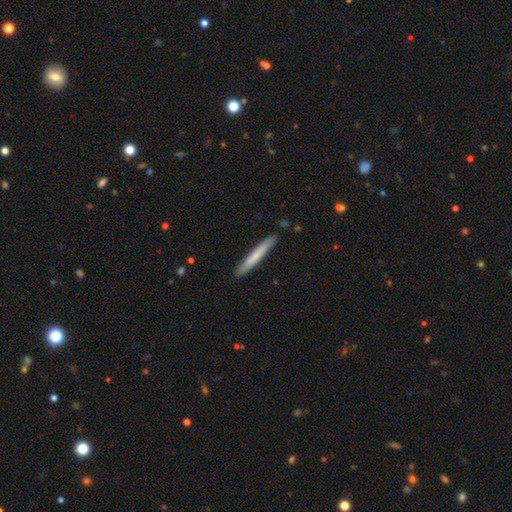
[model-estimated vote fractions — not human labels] smooth 69%, featured or disk 25%, star or artifact 5%. Down the decision tree: how rounded — cigar-shaped (96%); merging — none (89%).